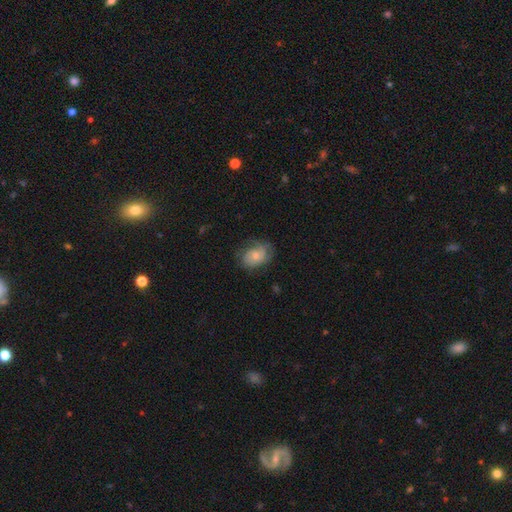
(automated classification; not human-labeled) This appears to be a smooth galaxy with no disk features (50%) that is in between round and cigar-shaped (71%). Merging: none (61%).